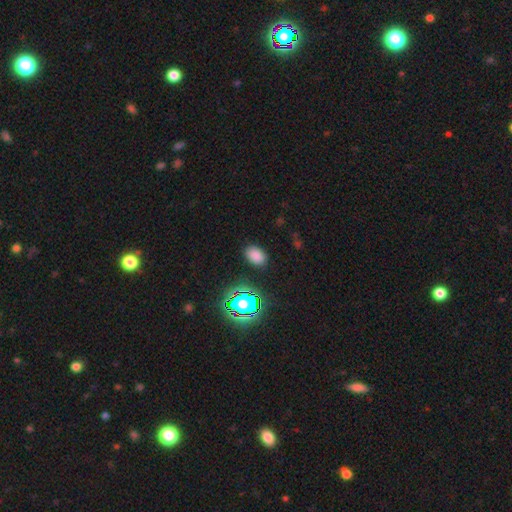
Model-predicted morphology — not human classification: A smooth galaxy with no disk features (75%) that is in between round and cigar-shaped (84%). Merging: none (86%).